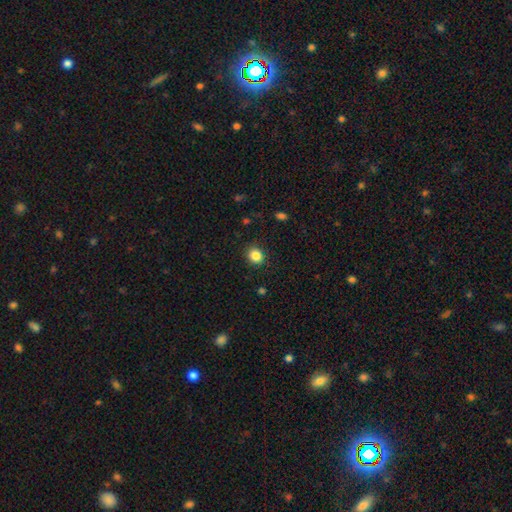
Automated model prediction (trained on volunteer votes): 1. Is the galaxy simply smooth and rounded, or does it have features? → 85% smooth, 11% star or artifact, 4% featured or disk.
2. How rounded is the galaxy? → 73% round, 26% in between, 1% cigar-shaped.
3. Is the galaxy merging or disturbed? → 89% none, 8% minor disturbance, 2% major disturbance, 1% merger.